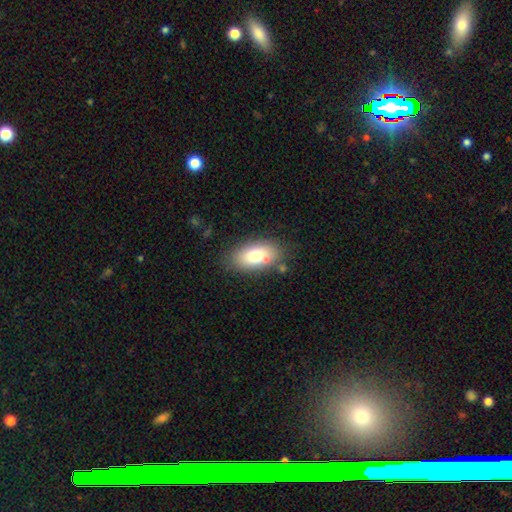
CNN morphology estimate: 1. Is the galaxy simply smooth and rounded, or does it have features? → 75% smooth, 17% featured or disk, 8% star or artifact.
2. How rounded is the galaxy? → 90% in between, 6% round, 4% cigar-shaped.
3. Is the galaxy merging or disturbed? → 74% none, 15% minor disturbance, 6% merger, 5% major disturbance.